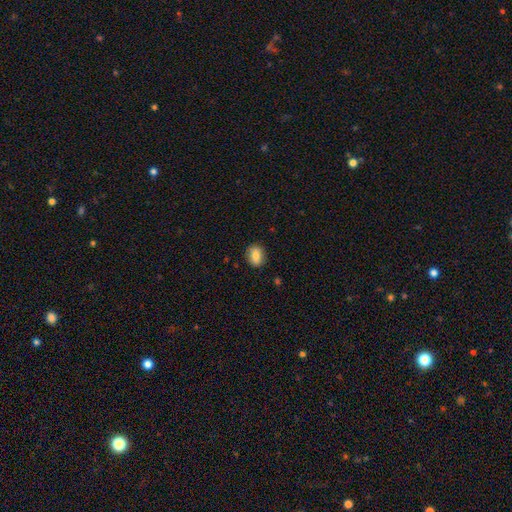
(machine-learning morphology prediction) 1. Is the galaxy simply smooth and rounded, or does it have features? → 80% smooth, 11% featured or disk, 8% star or artifact.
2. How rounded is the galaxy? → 61% in between, 37% round, 2% cigar-shaped.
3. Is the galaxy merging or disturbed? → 86% none, 11% minor disturbance, 2% major disturbance, 1% merger.